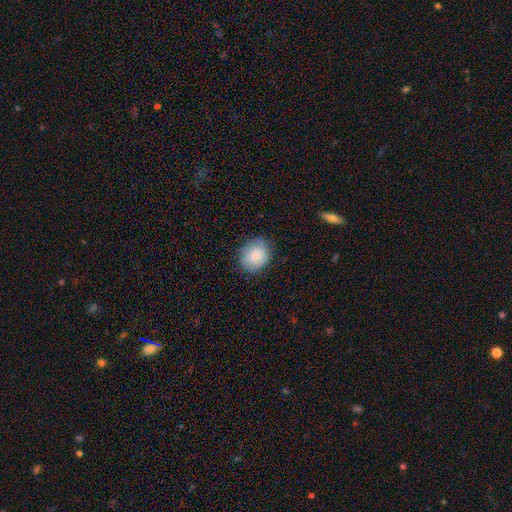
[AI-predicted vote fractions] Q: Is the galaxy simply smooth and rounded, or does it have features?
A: smooth — 79%.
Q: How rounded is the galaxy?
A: round — 67%.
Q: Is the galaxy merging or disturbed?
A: none — 78%.